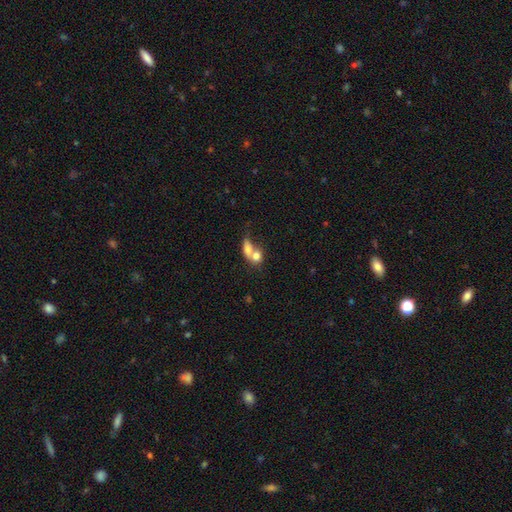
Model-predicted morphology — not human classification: smooth-or-featured: smooth: 71% | featured or disk: 21% | star or artifact: 8%
  how-rounded: in between: 56% | round: 40% | cigar-shaped: 4%
  merging: merger: 73% | none: 15% | minor disturbance: 6% | major disturbance: 6%